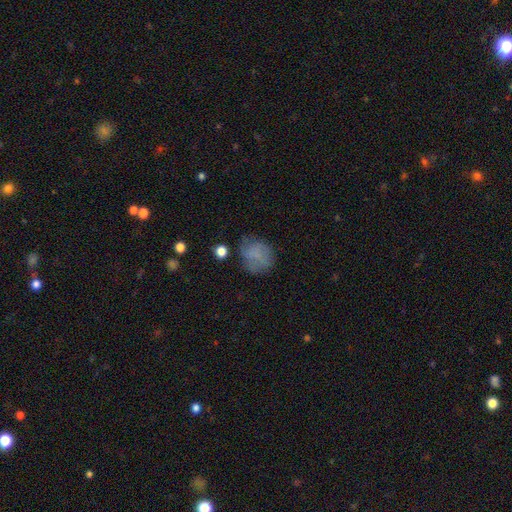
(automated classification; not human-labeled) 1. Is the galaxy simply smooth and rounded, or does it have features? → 64% smooth, 23% featured or disk, 13% star or artifact.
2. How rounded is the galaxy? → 70% round, 29% in between, 1% cigar-shaped.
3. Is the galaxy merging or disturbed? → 59% none, 24% minor disturbance, 14% major disturbance, 3% merger.